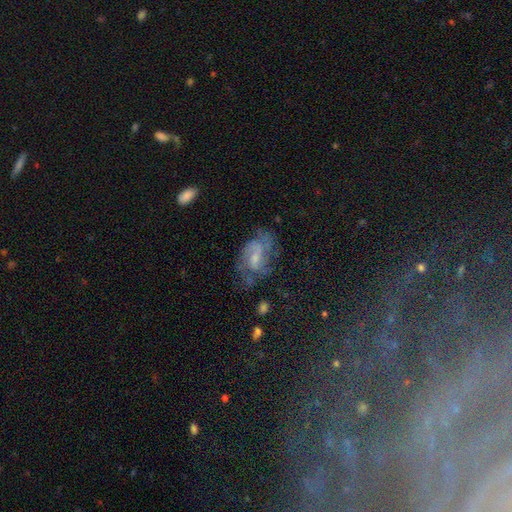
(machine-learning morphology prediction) A featured or disk galaxy (66%) with a weak bar (48%), 2 (45%) medium (47%) spiral arms (82%) and a small central bulge (48%). Merging: none (52%).